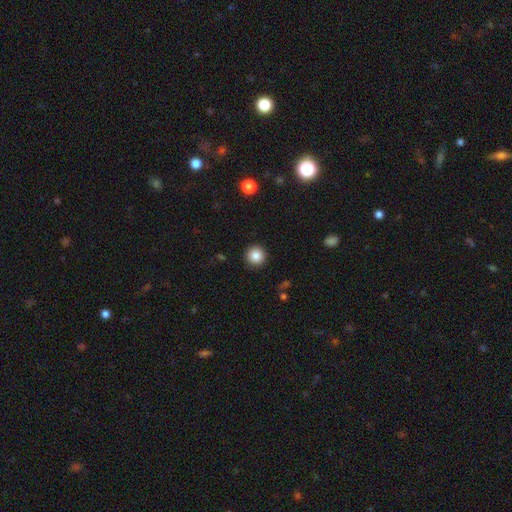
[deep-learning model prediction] smooth 85%, star or artifact 10%, featured or disk 6%. Down the decision tree: how rounded — round (95%); merging — none (92%).